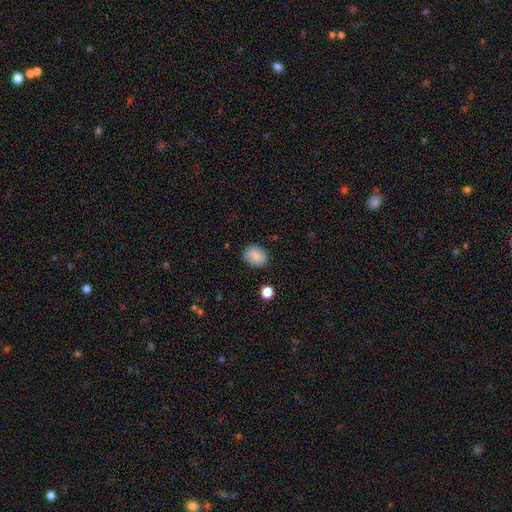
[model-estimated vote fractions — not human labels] Smooth or featured? Predicted: smooth (p=0.85). How rounded? Predicted: in between (p=0.60). Merging? Predicted: none (p=0.85).